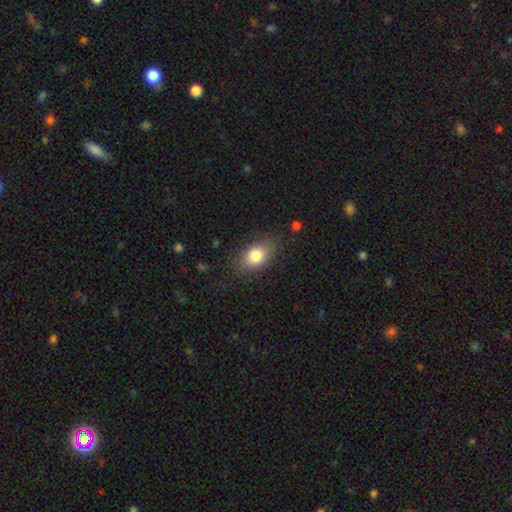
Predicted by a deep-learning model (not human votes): smooth_or_featured: smooth (p=0.81) [alt: featured or disk p=0.11]
how_rounded: in between (p=0.84) [alt: round p=0.13]
merging: none (p=0.80) [alt: minor disturbance p=0.15]